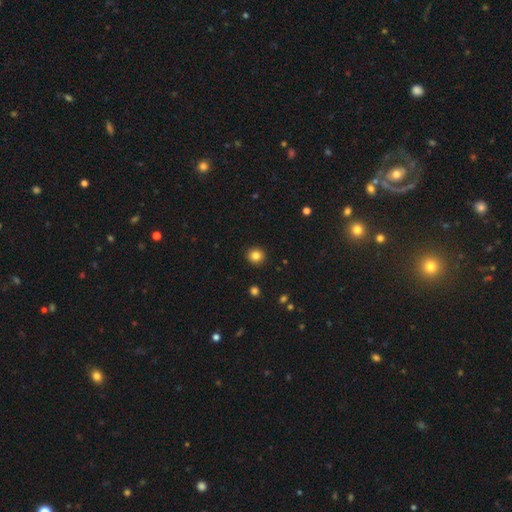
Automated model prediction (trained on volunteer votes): Smooth or featured? Predicted: smooth (p=0.84). How rounded? Predicted: round (p=0.91). Merging? Predicted: none (p=0.93).